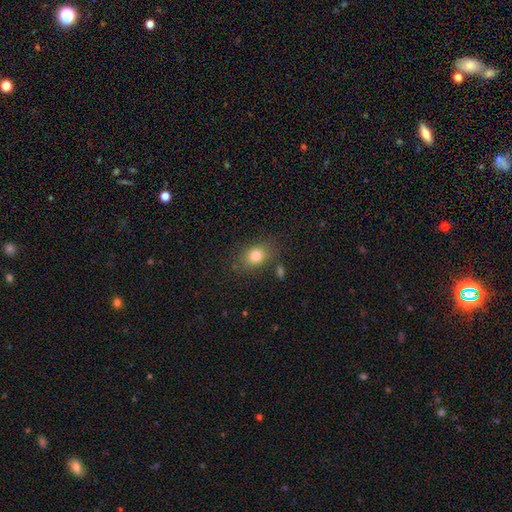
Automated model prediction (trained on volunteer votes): This is likely a smooth galaxy (80%). How rounded: likely in between (65%). Merging: likely none (77%).